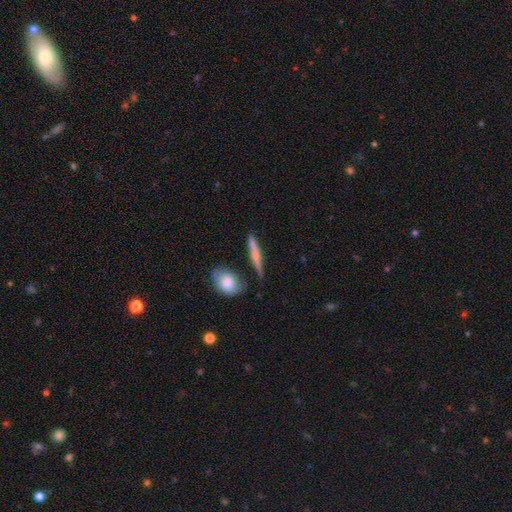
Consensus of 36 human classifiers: Overall: featured or disk (50%; smooth 44%). Edge-on disk: yes (100%). Edge-on bulge: rounded (56%; none 39%). Merging: none (76%).